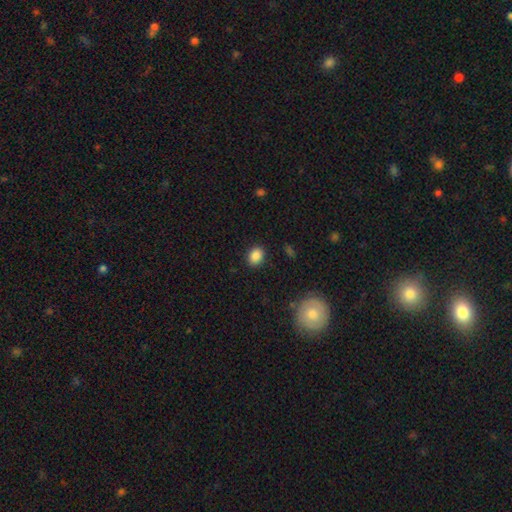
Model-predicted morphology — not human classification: type=smooth (87%); roundness=in between (55%); merging=none (88%).